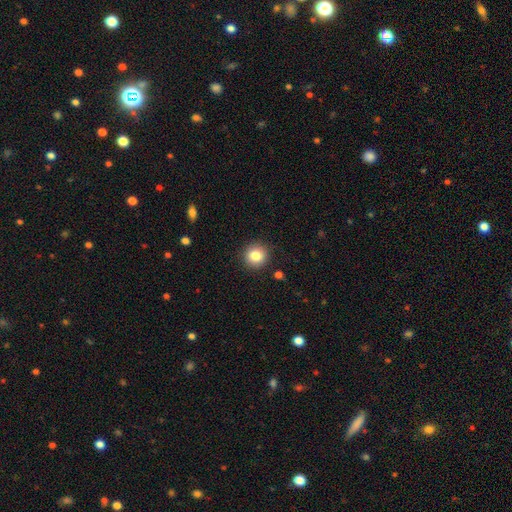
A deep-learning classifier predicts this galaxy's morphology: This appears to be a smooth galaxy with no disk features (83%) that is round (91%). Merging: none (90%).